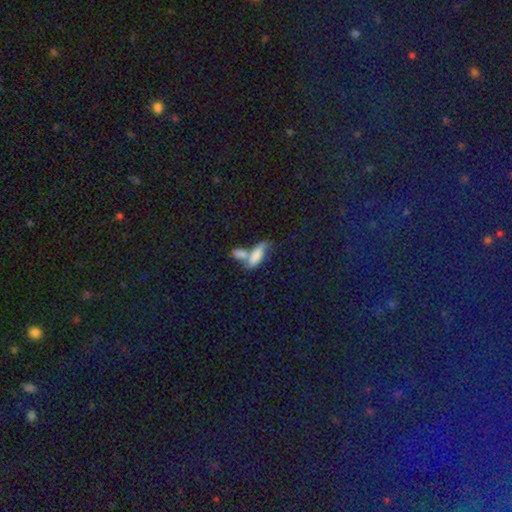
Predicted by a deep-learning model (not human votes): The model was most divided on "merging": merger: 59%, none: 24%, minor disturbance: 11%, major disturbance: 7%. More confident: smooth or featured — smooth (73%); how rounded — in between (67%).